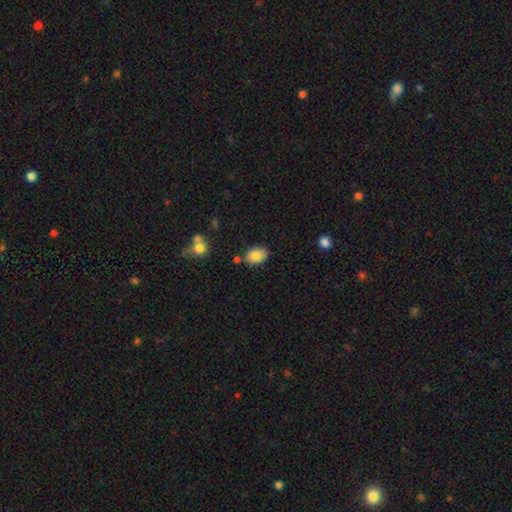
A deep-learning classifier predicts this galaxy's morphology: smooth 85%, star or artifact 8%, featured or disk 6%. Down the decision tree: how rounded — in between (79%); merging — none (78%).